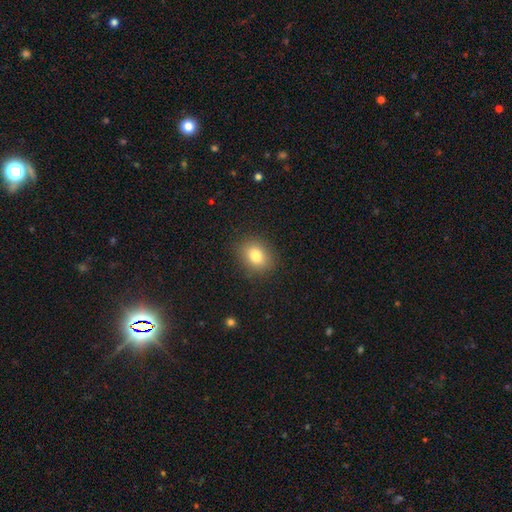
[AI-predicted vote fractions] smooth 80%, star or artifact 11%, featured or disk 9%. Down the decision tree: how rounded — round (51%); merging — none (88%).